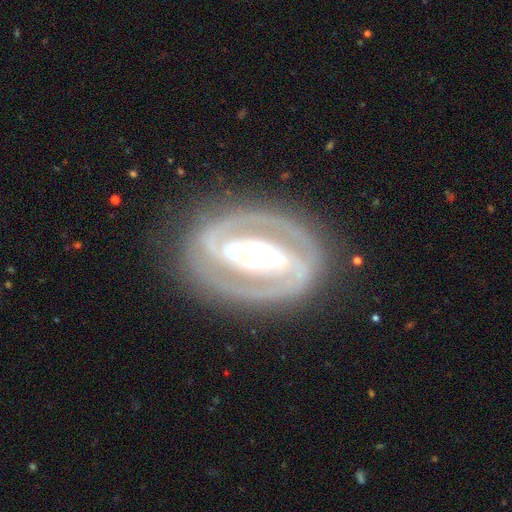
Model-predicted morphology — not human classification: Smooth or featured? Predicted: featured or disk (p=0.89). Edge-on disk? Predicted: no (p=0.96). Bar? Predicted: strong (p=0.56). Spiral arms? Predicted: yes (p=0.89). Spiral winding? Predicted: tight (p=0.54). Spiral arm count? Predicted: 2 (p=0.89). Bulge size? Predicted: moderate (p=0.60). Merging? Predicted: none (p=0.81).